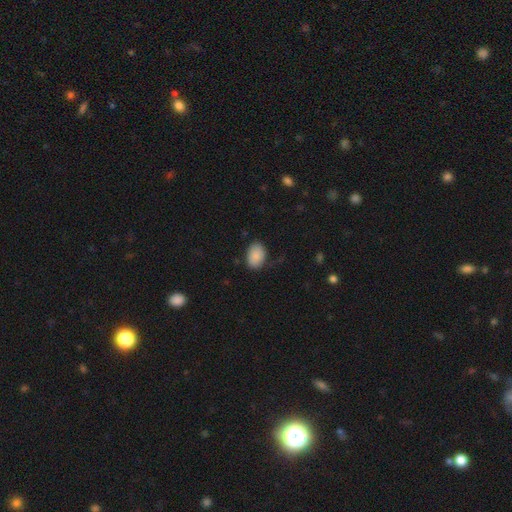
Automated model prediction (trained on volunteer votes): smooth-or-featured: smooth: 89% | star or artifact: 7% | featured or disk: 4%
  how-rounded: in between: 83% | round: 16% | cigar-shaped: 1%
  merging: none: 78% | minor disturbance: 17% | major disturbance: 4% | merger: 1%